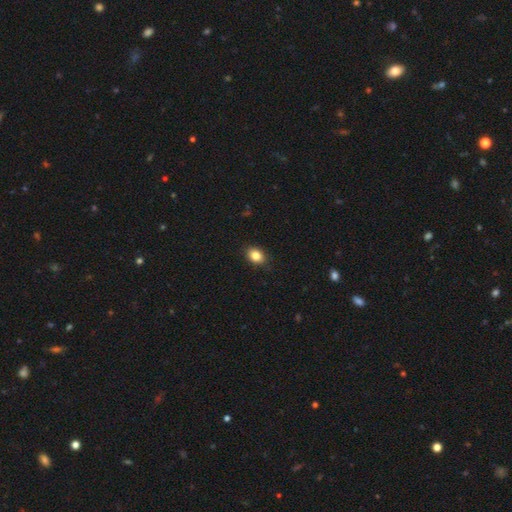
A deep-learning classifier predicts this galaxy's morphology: Smooth or featured?
  - smooth: 85% *
  - star or artifact: 9%
  - featured or disk: 6%
How rounded?
  - in between: 67% *
  - round: 32%
  - cigar-shaped: 1%
Merging?
  - none: 88% *
  - minor disturbance: 9%
  - major disturbance: 2%
  - merger: 1%